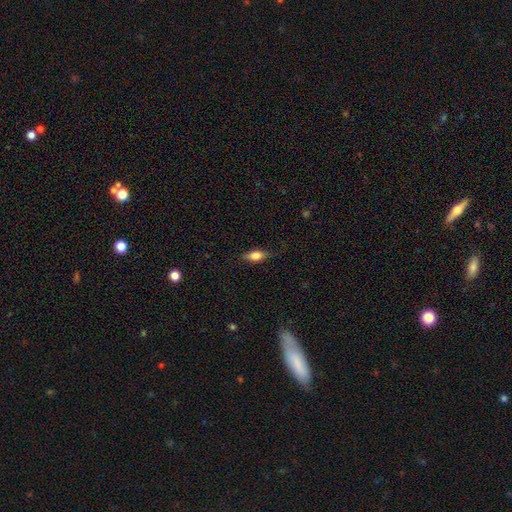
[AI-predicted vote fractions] Smooth or featured?
  - smooth: 73% *
  - featured or disk: 19%
  - star or artifact: 8%
How rounded?
  - in between: 79% *
  - cigar-shaped: 16%
  - round: 6%
Merging?
  - none: 76% *
  - minor disturbance: 18%
  - major disturbance: 4%
  - merger: 1%